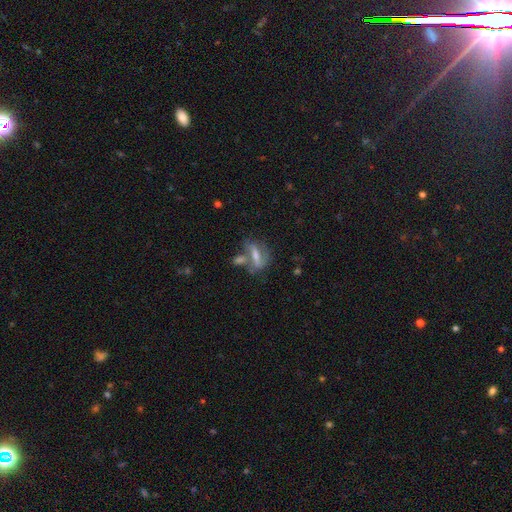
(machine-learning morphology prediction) This is possibly a featured or disk galaxy (52%). It is clearly not viewed edge-on (80%). Merging: marginally none (38%).